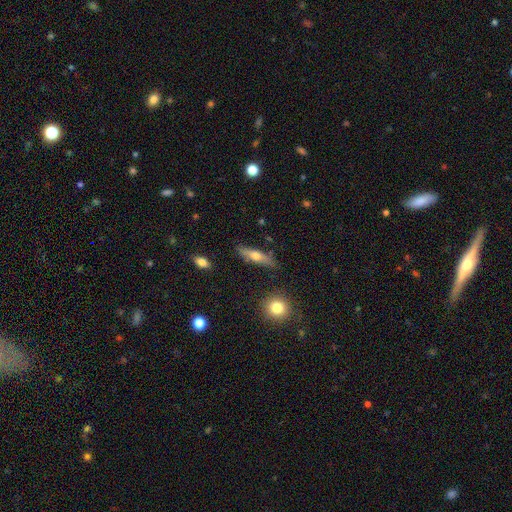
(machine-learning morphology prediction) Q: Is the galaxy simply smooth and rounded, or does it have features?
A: smooth — 54%.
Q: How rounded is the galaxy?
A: cigar-shaped — 66%.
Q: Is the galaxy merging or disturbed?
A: none — 82%.